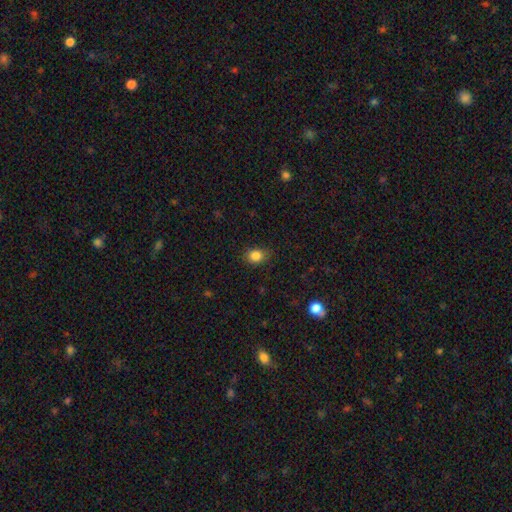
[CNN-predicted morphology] Smooth or featured? smooth (85%)
How rounded? in between (50%)
Merging? none (80%)